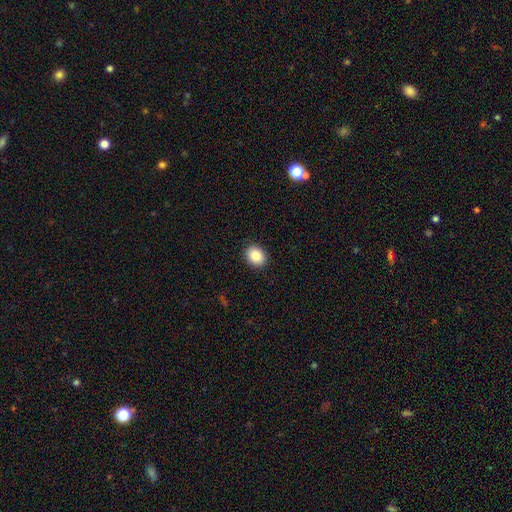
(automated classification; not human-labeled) Smooth or featured? smooth (87%)
How rounded? round (51%)
Merging? none (91%)